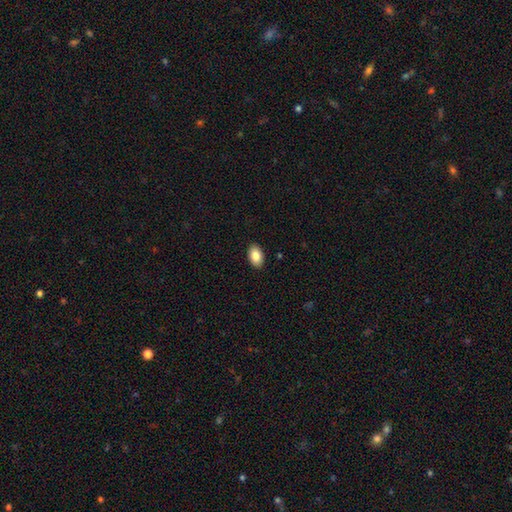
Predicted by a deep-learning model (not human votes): A smooth galaxy with no disk features (85%) that is in between round and cigar-shaped (91%). Merging: none (90%).